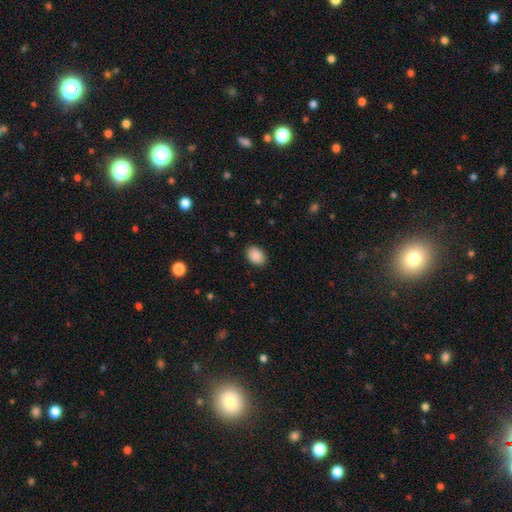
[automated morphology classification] This is clearly a smooth galaxy (90%). How rounded: likely in between (77%). Merging: clearly none (88%).